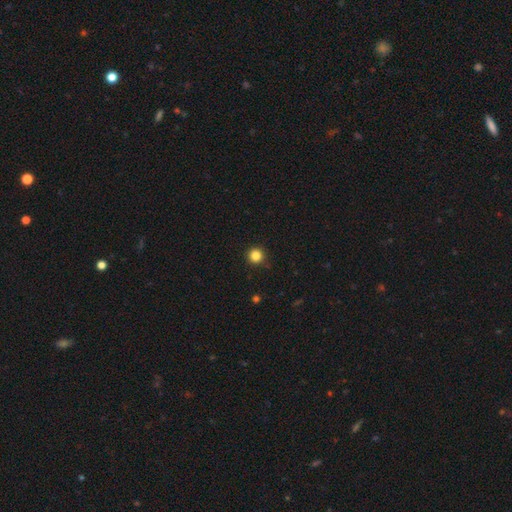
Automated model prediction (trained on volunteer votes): smooth_or_featured: smooth (p=0.84) [alt: star or artifact p=0.12]
how_rounded: round (p=0.96) [alt: in between p=0.03]
merging: none (p=0.92) [alt: minor disturbance p=0.06]